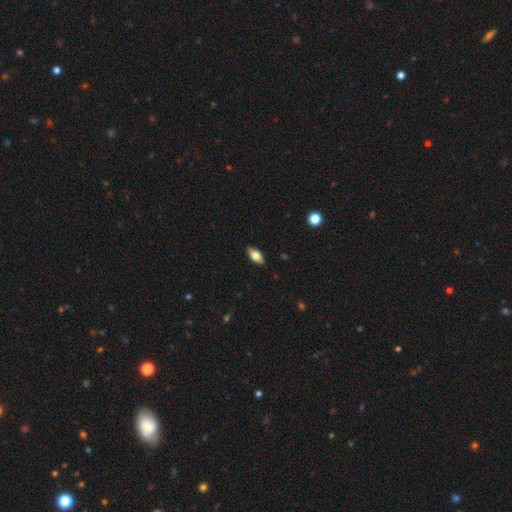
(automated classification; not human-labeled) A smooth galaxy with no disk features (70%) that is in between round and cigar-shaped (87%).

Vote fractions:
- Smooth or featured? smooth: 70% / featured or disk: 23% / star or artifact: 7%
- How rounded? in between: 87% / cigar-shaped: 10% / round: 3%
- Merging? none: 88% / minor disturbance: 9% / major disturbance: 2% / merger: 1%